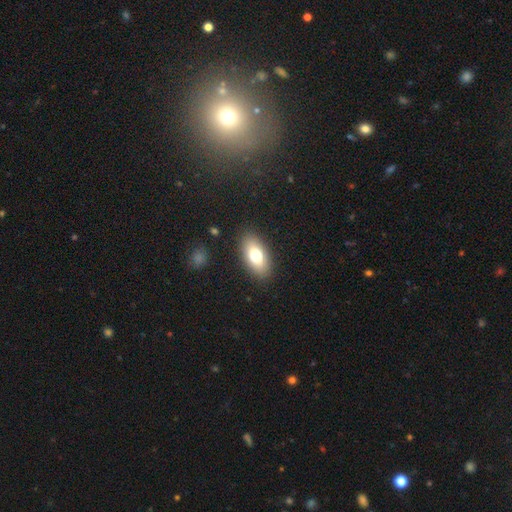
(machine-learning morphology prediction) Overall: smooth (73%). How rounded: in between (88%). Merging: none (87%).